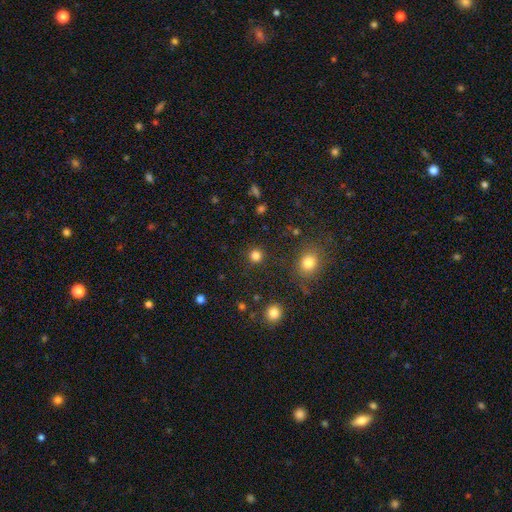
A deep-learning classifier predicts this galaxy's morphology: A smooth galaxy with no disk features (82%) that is round (93%). Merging: none (90%).